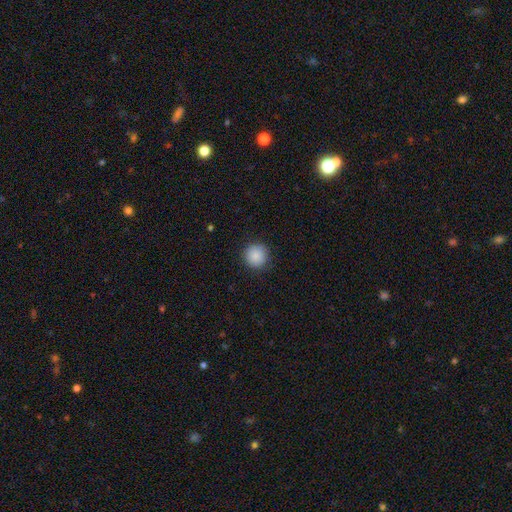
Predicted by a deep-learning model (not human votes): A smooth galaxy with no disk features (88%) that is round (95%). Merging: none (90%).